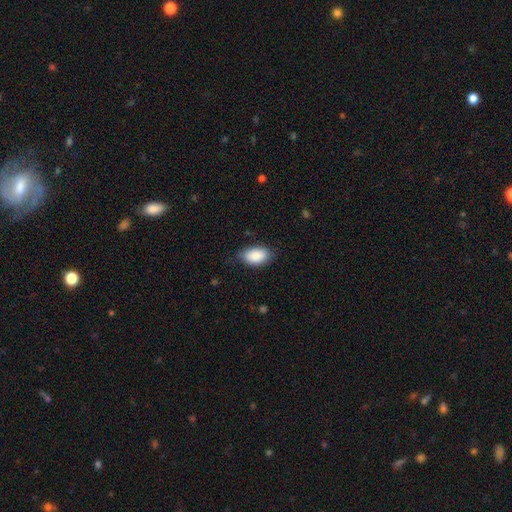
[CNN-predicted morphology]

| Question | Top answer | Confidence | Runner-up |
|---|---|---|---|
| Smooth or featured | smooth | 89% | star or artifact (6%) |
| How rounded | in between | 93% | round (5%) |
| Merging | none | 76% | minor disturbance (19%) |